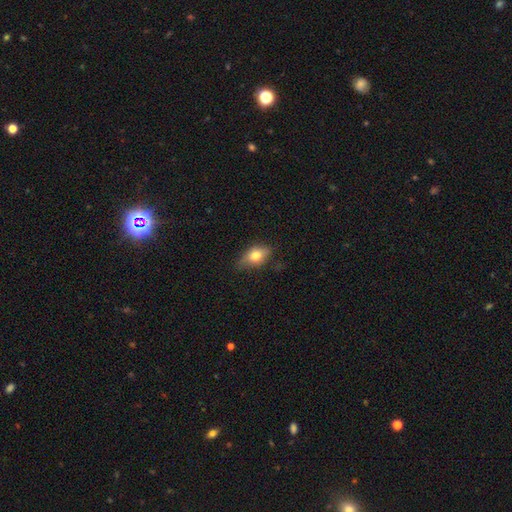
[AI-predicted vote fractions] Morphology: type=smooth (69%); roundness=in between (79%); merging=none (72%).